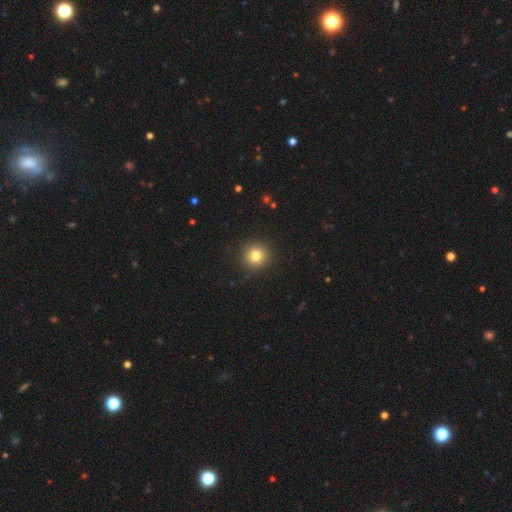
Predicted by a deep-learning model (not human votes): smooth_or_featured: smooth (p=0.80) [alt: star or artifact p=0.12]
how_rounded: round (p=0.95) [alt: in between p=0.04]
merging: none (p=0.91) [alt: minor disturbance p=0.06]